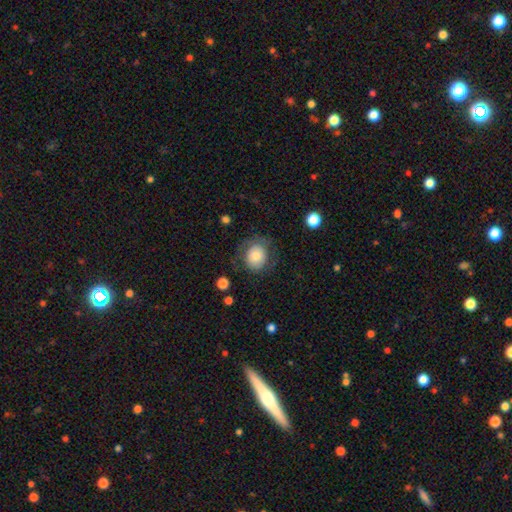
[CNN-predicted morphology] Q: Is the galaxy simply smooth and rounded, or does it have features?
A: smooth — 71%.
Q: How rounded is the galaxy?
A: round — 73%.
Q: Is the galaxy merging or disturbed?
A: none — 66%.